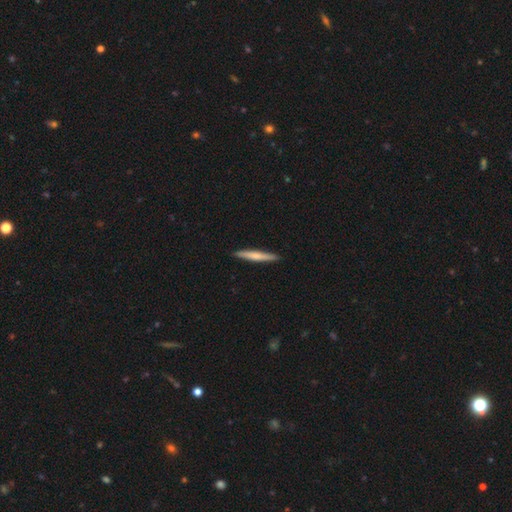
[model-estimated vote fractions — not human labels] This appears to be a smooth galaxy with no disk features (61%) that is cigar-shaped (95%). Merging: none (91%).